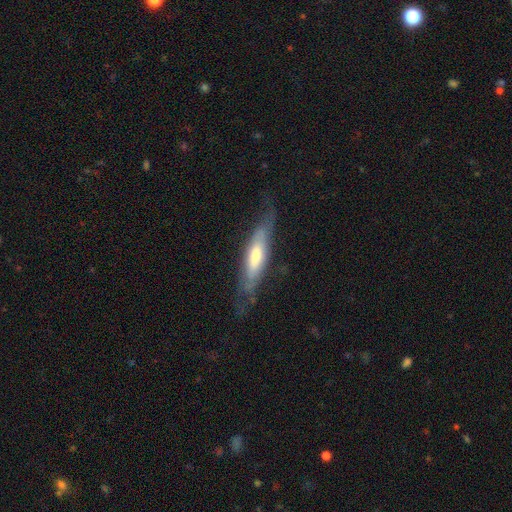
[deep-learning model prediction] Morphology: type=featured or disk (52%); edge-on=yes (62%); merging=none (65%).